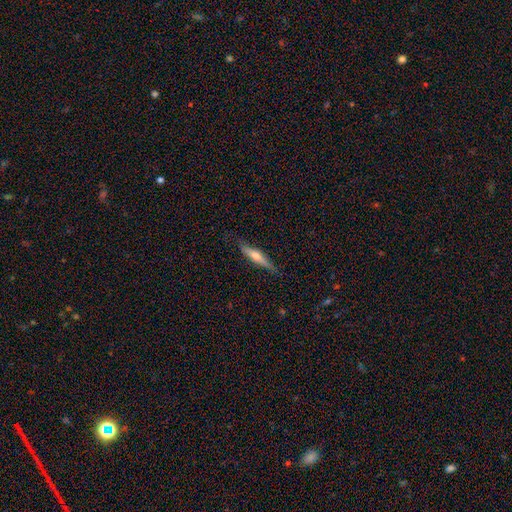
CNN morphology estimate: Overall: featured or disk (51%; smooth 42%). Edge-on disk: yes (95%). Merging: none (81%).